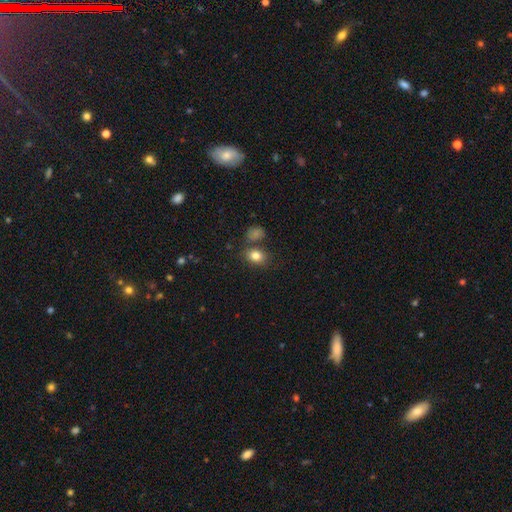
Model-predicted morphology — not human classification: Smooth or featured?
  - smooth: 82% *
  - star or artifact: 10%
  - featured or disk: 8%
How rounded?
  - in between: 65% *
  - round: 34%
  - cigar-shaped: 1%
Merging?
  - none: 71% *
  - merger: 13%
  - minor disturbance: 13%
  - major disturbance: 4%